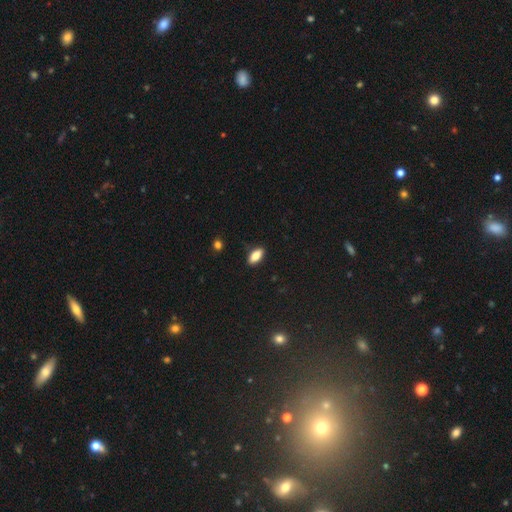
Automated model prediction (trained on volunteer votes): This appears to be a smooth galaxy with no disk features (80%) that is in between round and cigar-shaped (85%). Merging: none (87%).